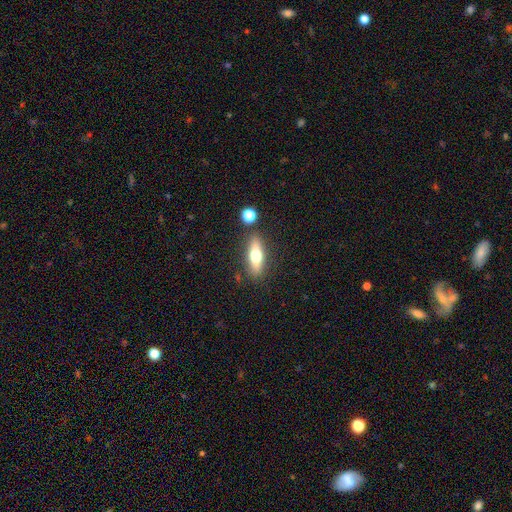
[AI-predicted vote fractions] Smooth or featured? Predicted: smooth (p=0.56). How rounded? Predicted: cigar-shaped (p=0.49). Merging? Predicted: none (p=0.82).